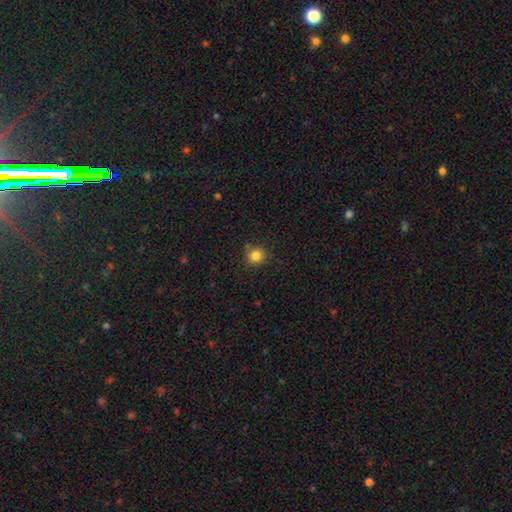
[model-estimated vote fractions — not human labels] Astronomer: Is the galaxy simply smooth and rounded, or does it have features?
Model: smooth — 83%.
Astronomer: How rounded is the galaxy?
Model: round — 93%.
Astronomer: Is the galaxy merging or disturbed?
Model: none — 85%.